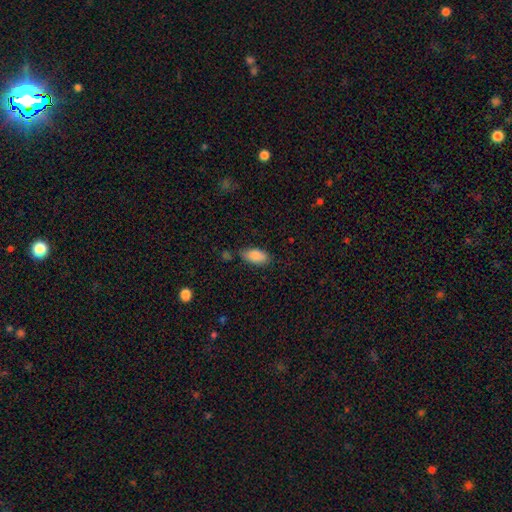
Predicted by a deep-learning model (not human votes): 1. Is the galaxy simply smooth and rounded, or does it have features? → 87% smooth, 7% star or artifact, 6% featured or disk.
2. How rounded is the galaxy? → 91% in between, 6% cigar-shaped, 3% round.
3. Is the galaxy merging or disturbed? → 70% none, 21% minor disturbance, 5% major disturbance, 4% merger.